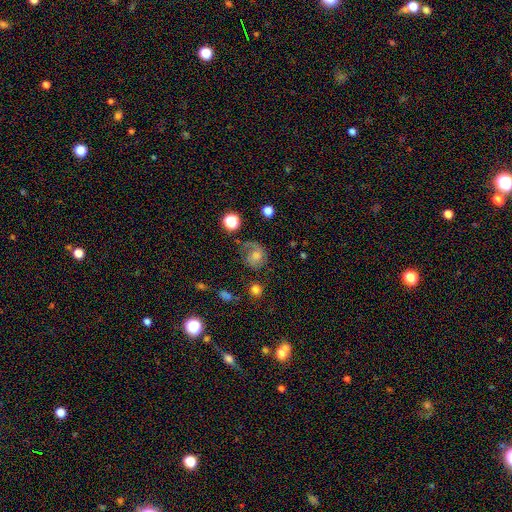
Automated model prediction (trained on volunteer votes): This appears to be a featured or disk galaxy (45%). Merging: none (46%).